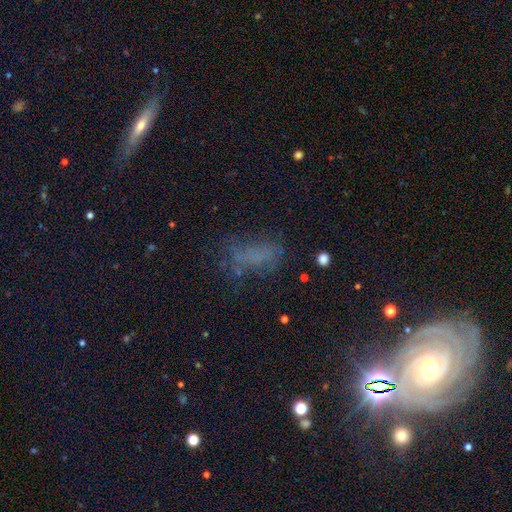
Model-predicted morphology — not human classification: Smooth or featured? smooth (47%)
Merging? none (49%)